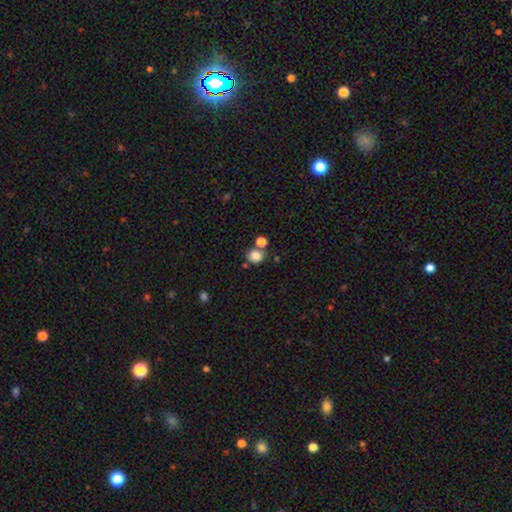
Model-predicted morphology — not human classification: Smooth or featured: smooth — 83% (star or artifact — 11%)
How rounded: round — 70% (in between — 30%)
Merging: none — 60% (merger — 23%)